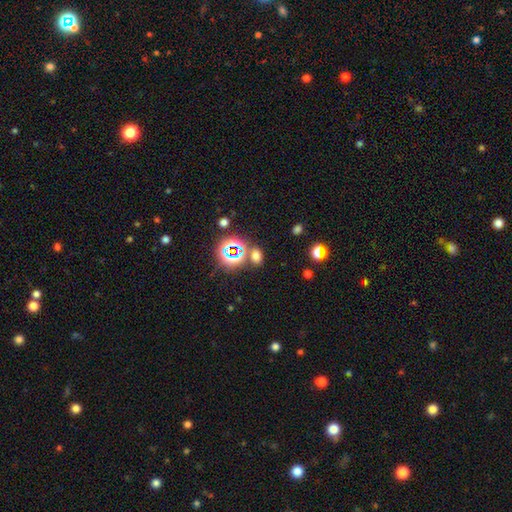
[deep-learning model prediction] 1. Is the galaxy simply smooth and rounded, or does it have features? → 59% smooth, 33% star or artifact, 8% featured or disk.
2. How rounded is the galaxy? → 66% in between, 32% round, 2% cigar-shaped.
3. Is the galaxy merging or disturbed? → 72% none, 14% merger, 10% minor disturbance, 4% major disturbance.